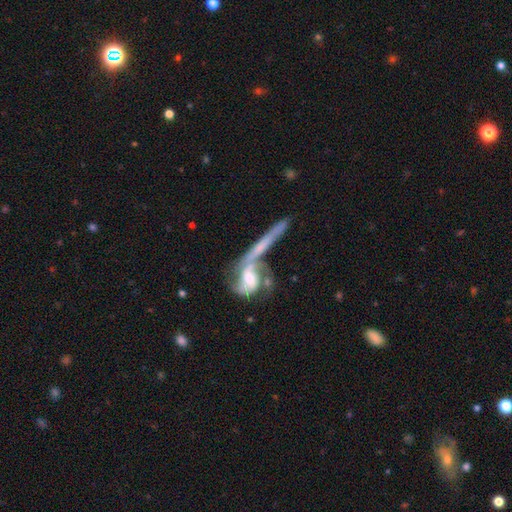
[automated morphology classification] Smooth or featured?
  - featured or disk: 63% *
  - smooth: 23%
  - star or artifact: 14%
Edge-on disk?
  - no: 64% *
  - yes: 36%
Merging?
  - merger: 56% *
  - none: 19%
  - major disturbance: 16%
  - minor disturbance: 9%